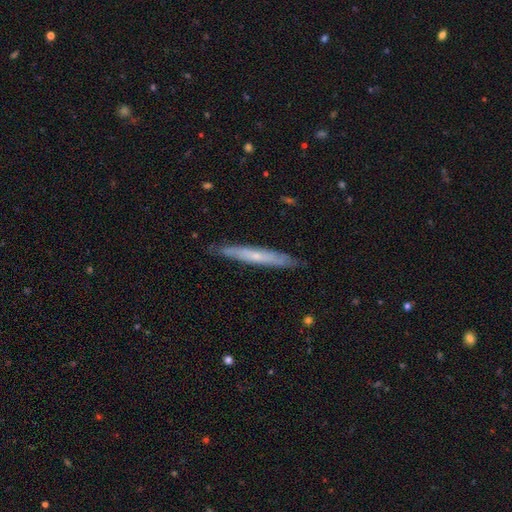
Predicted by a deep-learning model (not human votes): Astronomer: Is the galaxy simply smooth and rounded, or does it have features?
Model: featured or disk — 55% (runner-up: smooth, 39%).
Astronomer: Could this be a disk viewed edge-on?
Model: yes — 86%.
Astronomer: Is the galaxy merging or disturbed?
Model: none — 84%.